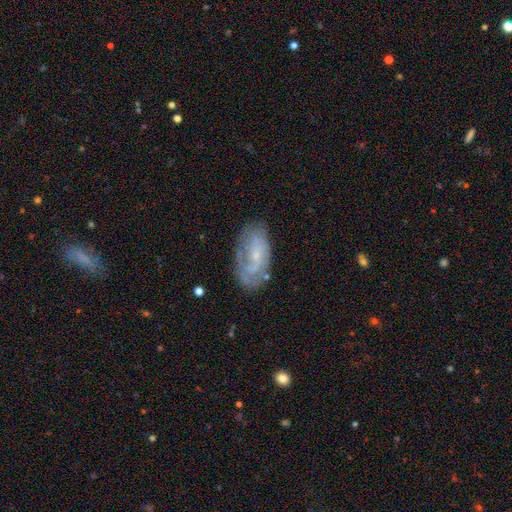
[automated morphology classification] Smooth or featured?
  - featured or disk: 61% *
  - smooth: 31%
  - star or artifact: 8%
Edge-on disk?
  - no: 94% *
  - yes: 6%
Bar?
  - no: 63% *
  - weak: 31%
  - strong: 6%
Spiral arms?
  - yes: 71% *
  - no: 29%
Bulge size?
  - small: 69% *
  - moderate: 19%
  - none: 9%
  - large: 1%
  - dominant: 1%
Merging?
  - none: 65% *
  - minor disturbance: 23%
  - major disturbance: 10%
  - merger: 2%